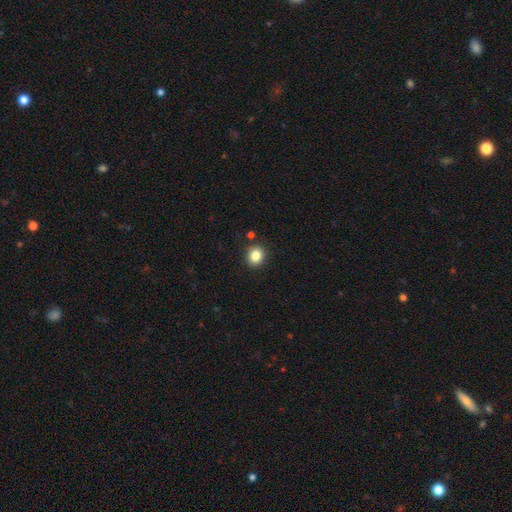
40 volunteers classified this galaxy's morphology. Smooth or featured?
  - smooth: 98% *
  - featured or disk: 2%
  - star or artifact: 0%
How rounded?
  - round: 74% *
  - in between: 26%
  - cigar-shaped: 0%
Merging?
  - none: 85% *
  - minor disturbance: 12%
  - major disturbance: 2%
  - merger: 0%